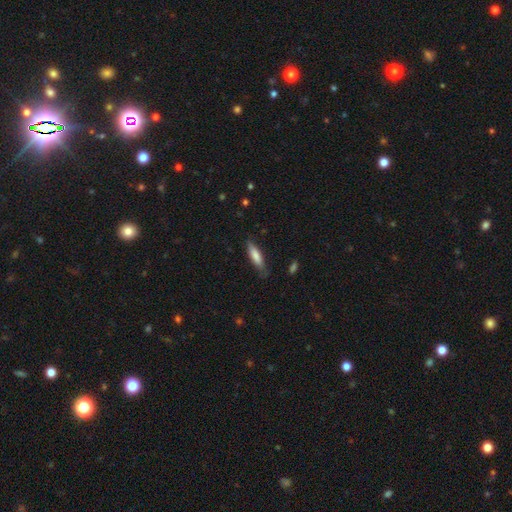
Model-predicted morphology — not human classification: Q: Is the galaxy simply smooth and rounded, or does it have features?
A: smooth — 76%.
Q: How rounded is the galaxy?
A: cigar-shaped — 71%.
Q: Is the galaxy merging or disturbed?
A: none — 73%.